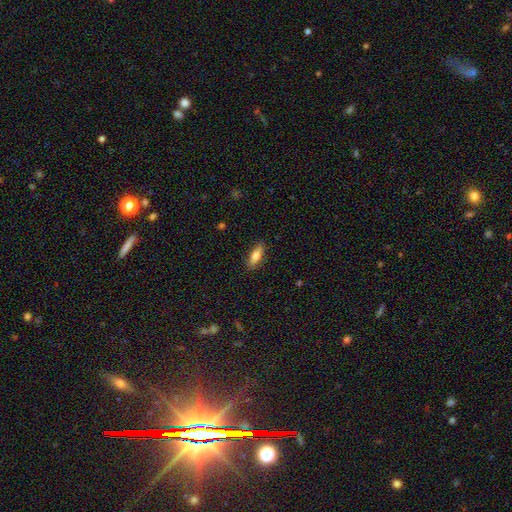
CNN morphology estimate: smooth_or_featured: smooth (p=0.75) [alt: featured or disk p=0.18]
how_rounded: in between (p=0.63) [alt: cigar-shaped p=0.35]
merging: none (p=0.87) [alt: minor disturbance p=0.10]